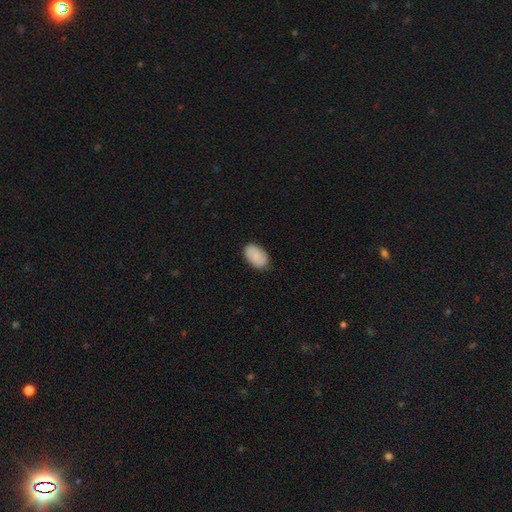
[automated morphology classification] Smooth or featured?
  - smooth: 82% *
  - featured or disk: 12%
  - star or artifact: 6%
How rounded?
  - in between: 92% *
  - round: 7%
  - cigar-shaped: 1%
Merging?
  - none: 85% *
  - minor disturbance: 12%
  - major disturbance: 2%
  - merger: 1%